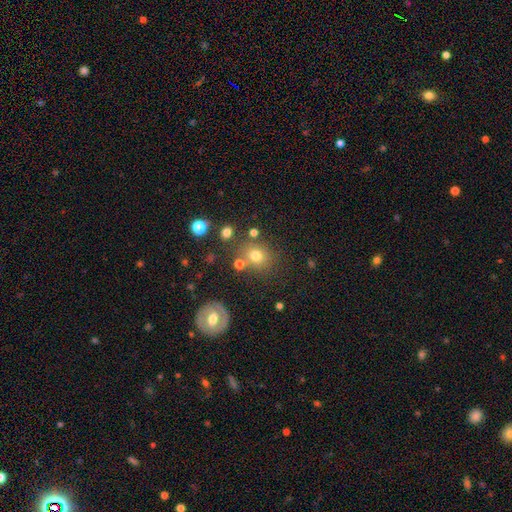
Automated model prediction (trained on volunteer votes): smooth-or-featured: smooth: 70% | star or artifact: 15% | featured or disk: 14%
  how-rounded: round: 72% | in between: 27% | cigar-shaped: 1%
  merging: none: 72% | minor disturbance: 13% | merger: 10% | major disturbance: 5%